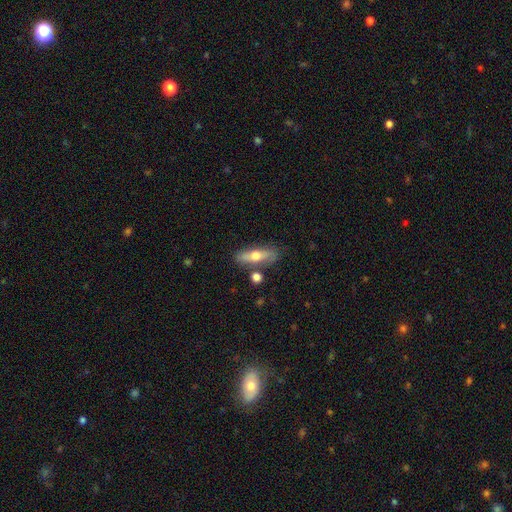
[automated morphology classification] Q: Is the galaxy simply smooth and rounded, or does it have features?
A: smooth — 54%.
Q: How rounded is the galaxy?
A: cigar-shaped — 52%.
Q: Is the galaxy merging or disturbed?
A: none — 74%.